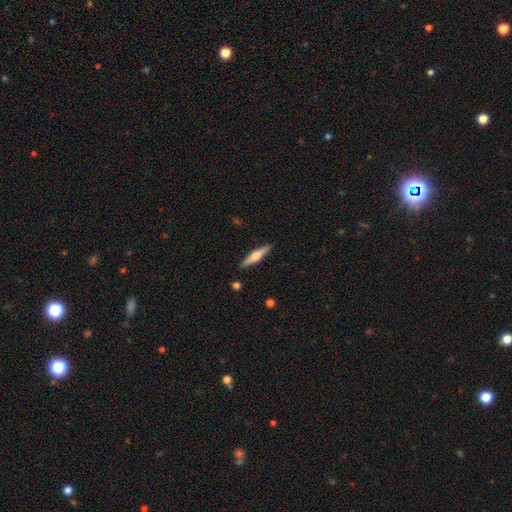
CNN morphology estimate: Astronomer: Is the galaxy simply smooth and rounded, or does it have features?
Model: featured or disk — 57% (runner-up: smooth, 37%).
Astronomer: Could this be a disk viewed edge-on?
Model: yes — 97%.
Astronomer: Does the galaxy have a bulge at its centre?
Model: rounded — 89%.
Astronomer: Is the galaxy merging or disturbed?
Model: none — 90%.